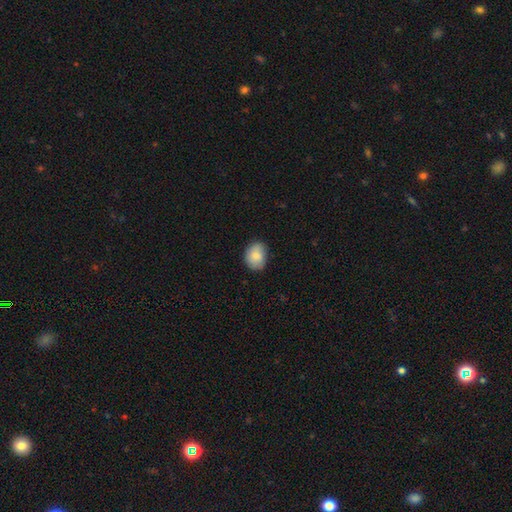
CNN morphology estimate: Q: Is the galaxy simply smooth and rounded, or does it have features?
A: smooth — 82%.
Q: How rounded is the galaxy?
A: in between — 58%.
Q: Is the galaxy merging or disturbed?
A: none — 75%.